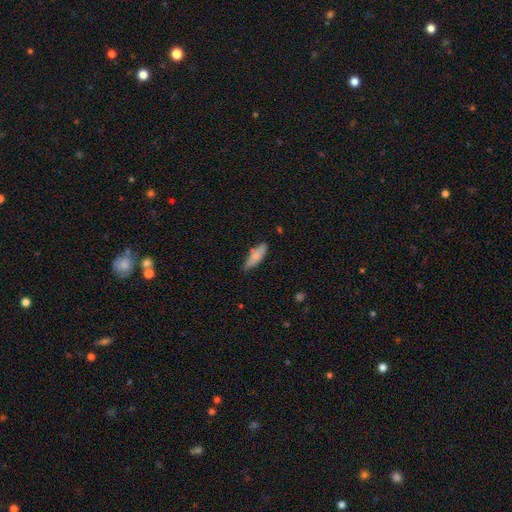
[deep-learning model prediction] Smooth or featured? Predicted: smooth (p=0.76). How rounded? Predicted: in between (p=0.54). Merging? Predicted: none (p=0.65).